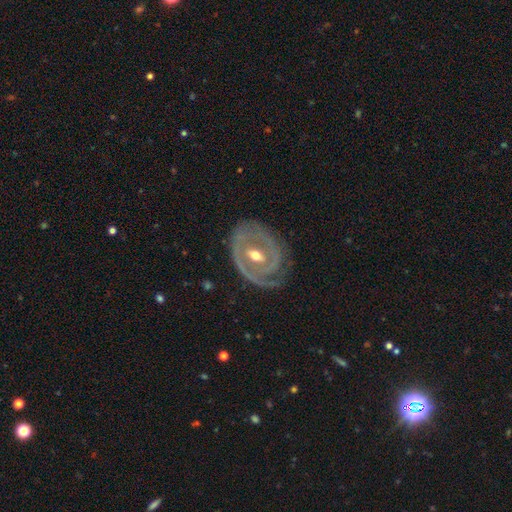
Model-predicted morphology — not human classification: A featured or disk galaxy (86%) with a weak bar (45%), 2 (40%) tight (68%) spiral arms (86%) and a moderate central bulge (74%).

Vote fractions:
- Smooth or featured? featured or disk: 86% / smooth: 9% / star or artifact: 4%
- Edge-on disk? no: 96% / yes: 4%
- Bar? weak: 45% / no: 32% / strong: 23%
- Spiral arms? yes: 86% / no: 14%
- Spiral winding? tight: 68% / medium: 24% / loose: 8%
- Spiral arm count? 2: 40% / 1: 30% / can't tell: 17% / 3: 8% / 4: 3% / more than 4: 3%
- Bulge size? moderate: 74% / small: 21% / large: 4% / none: 1% / dominant: 1%
- Merging? none: 64% / minor disturbance: 23% / major disturbance: 11% / merger: 2%